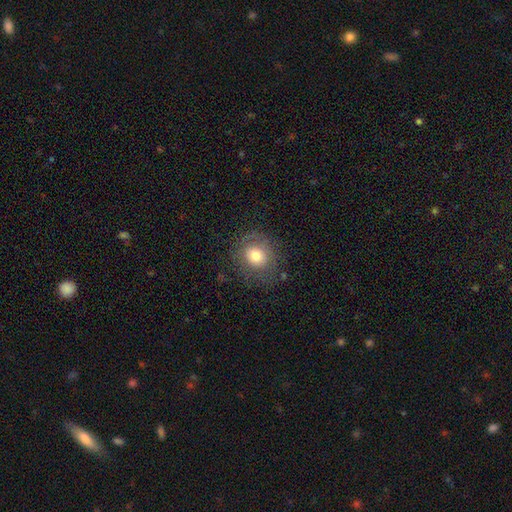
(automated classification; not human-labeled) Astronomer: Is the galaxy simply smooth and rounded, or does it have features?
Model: smooth — 72%.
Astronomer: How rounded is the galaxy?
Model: round — 80%.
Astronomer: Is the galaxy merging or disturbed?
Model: none — 73%.